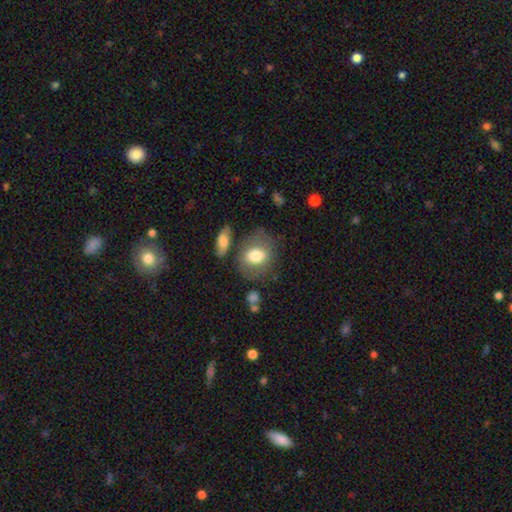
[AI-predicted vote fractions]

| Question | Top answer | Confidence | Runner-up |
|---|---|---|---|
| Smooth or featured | smooth | 73% | featured or disk (20%) |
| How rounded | in between | 55% | round (43%) |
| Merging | none | 65% | minor disturbance (19%) |